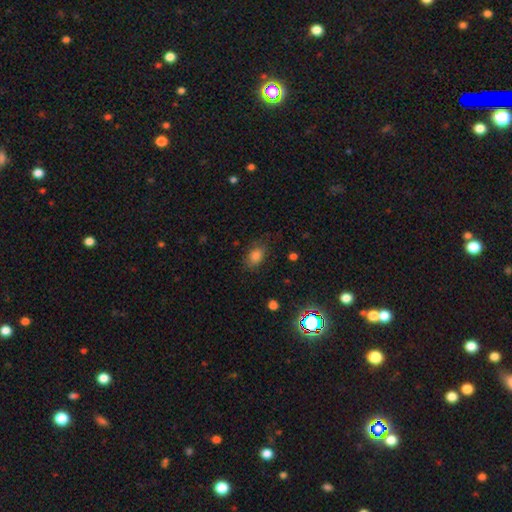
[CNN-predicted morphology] Smooth or featured: smooth — 80% (star or artifact — 12%)
How rounded: in between — 82% (round — 17%)
Merging: none — 74% (minor disturbance — 18%)